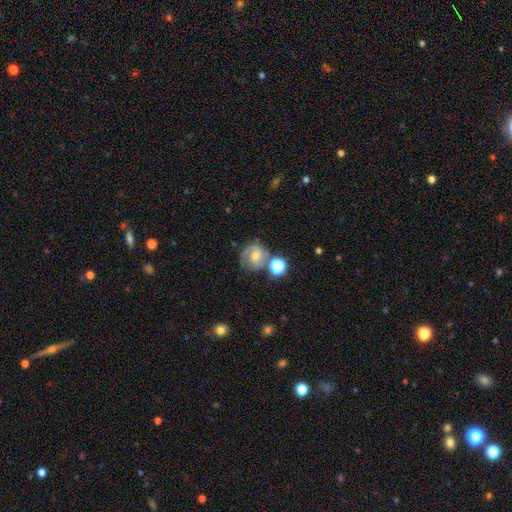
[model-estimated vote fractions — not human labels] This is likely a featured or disk galaxy (62%). It is clearly not viewed edge-on (97%). Bar: possibly no (54%). Spiral arm pattern: clearly yes (88%). Spiral arm count: likely 2 (62%). Spiral winding: marginally tight (44%). Central bulge: possibly moderate (55%). Merging: possibly none (58%).